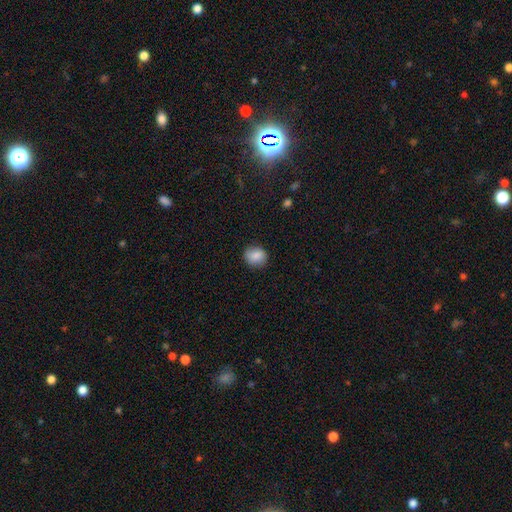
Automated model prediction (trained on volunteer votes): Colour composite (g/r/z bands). It shows a smooth galaxy with no disk features (87%) that is round (71%). Merging: none (86%).